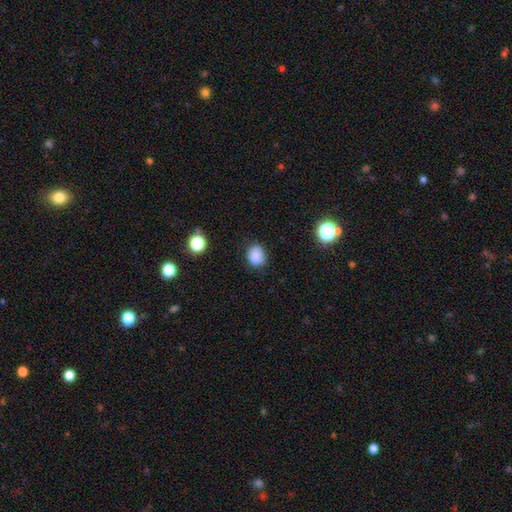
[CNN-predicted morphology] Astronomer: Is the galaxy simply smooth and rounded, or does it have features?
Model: smooth — 84%.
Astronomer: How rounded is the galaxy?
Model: round — 56% (runner-up: in between, 44%).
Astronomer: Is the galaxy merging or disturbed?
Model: none — 79%.